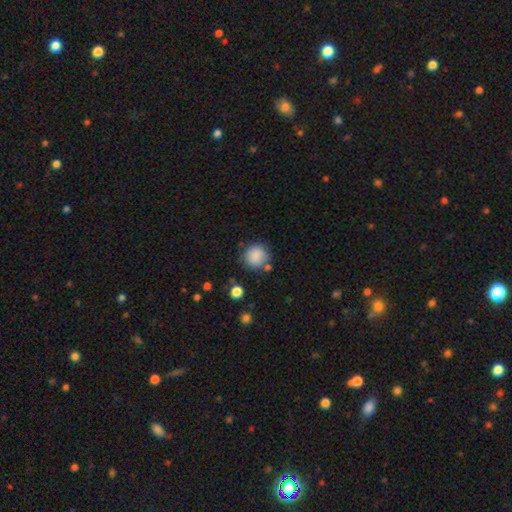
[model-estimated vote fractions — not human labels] Smooth or featured? smooth (87%)
How rounded? round (87%)
Merging? none (78%)